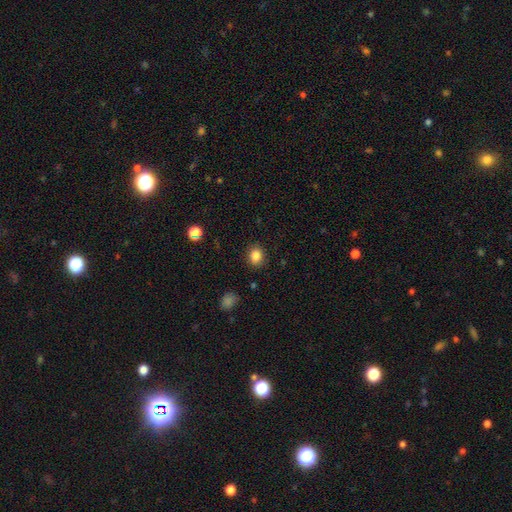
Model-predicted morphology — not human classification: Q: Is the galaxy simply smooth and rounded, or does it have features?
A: smooth — 85%.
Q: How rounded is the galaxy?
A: round — 54%.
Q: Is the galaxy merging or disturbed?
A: none — 87%.